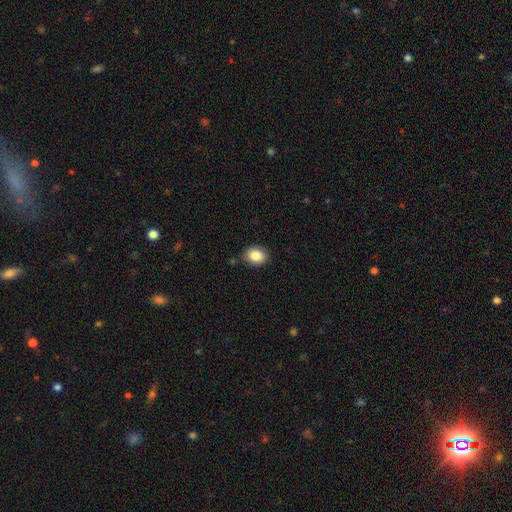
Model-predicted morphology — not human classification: Overall: smooth (86%). How rounded: in between (53%; round 46%). Merging: none (84%).